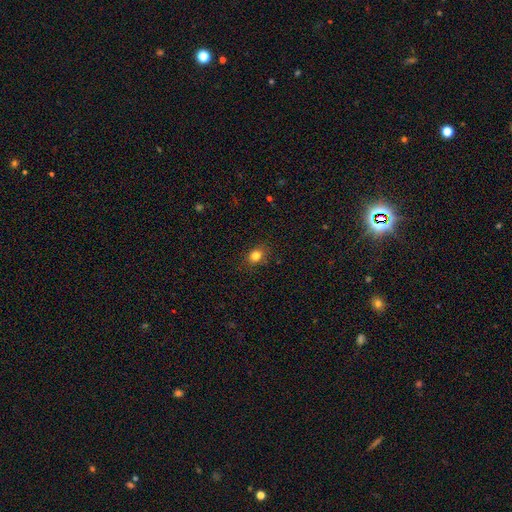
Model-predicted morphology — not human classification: Overall: smooth (81%). How rounded: round (61%; in between 38%). Merging: none (85%).